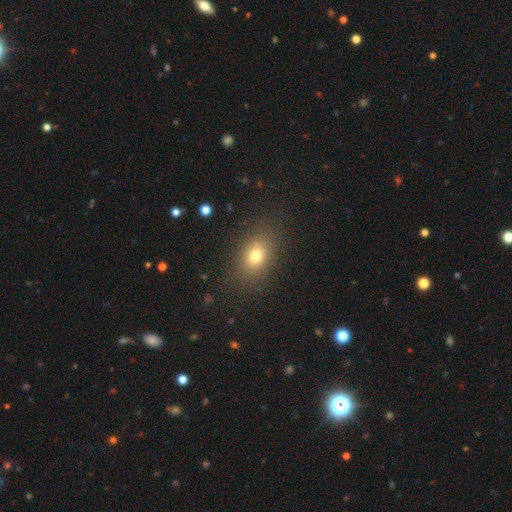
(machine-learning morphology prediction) A smooth galaxy with no disk features (75%) that is in between round and cigar-shaped (72%).

Vote fractions:
- Smooth or featured? smooth: 75% / star or artifact: 13% / featured or disk: 12%
- How rounded? in between: 72% / round: 26% / cigar-shaped: 2%
- Merging? none: 85% / minor disturbance: 10% / major disturbance: 4% / merger: 1%